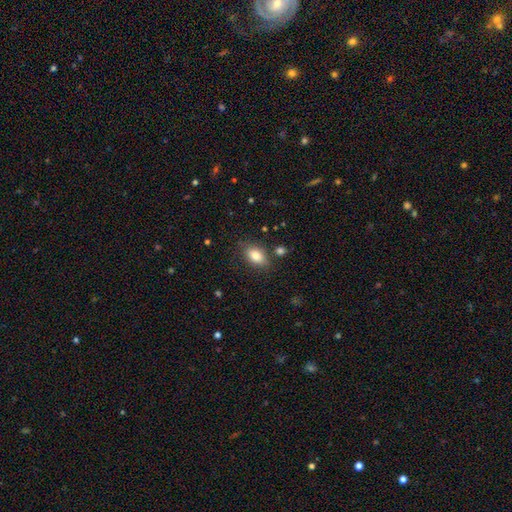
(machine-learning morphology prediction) Smooth or featured? Predicted: smooth (p=0.82). How rounded? Predicted: in between (p=0.85). Merging? Predicted: none (p=0.78).